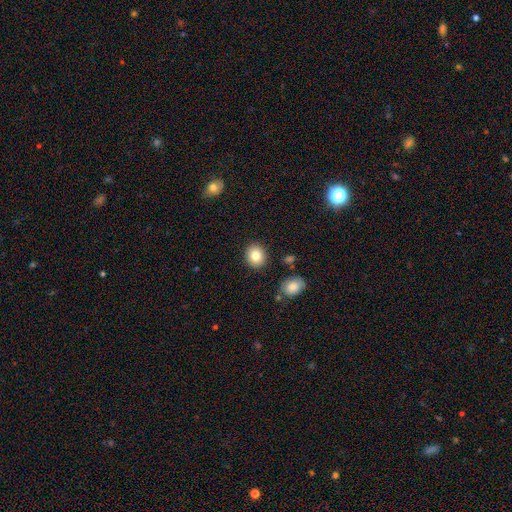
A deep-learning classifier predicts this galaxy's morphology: smooth_or_featured: smooth (p=0.82) [alt: star or artifact p=0.09]
how_rounded: round (p=0.76) [alt: in between p=0.23]
merging: none (p=0.89) [alt: minor disturbance p=0.07]